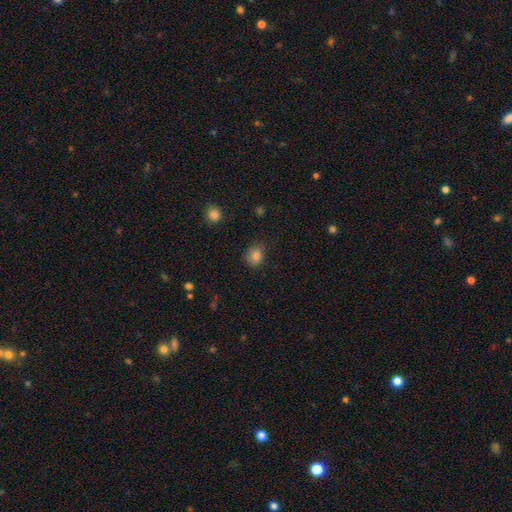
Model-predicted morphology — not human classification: smooth 84%, star or artifact 11%, featured or disk 6%. Down the decision tree: how rounded — round (56%); merging — none (69%).